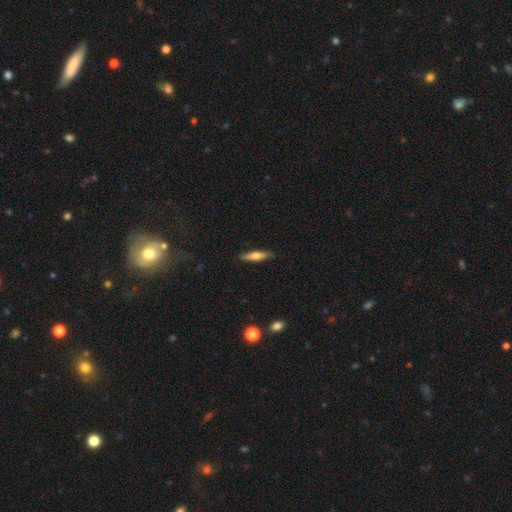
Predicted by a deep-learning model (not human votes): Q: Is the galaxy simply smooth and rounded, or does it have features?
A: smooth — 66%.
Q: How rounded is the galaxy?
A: cigar-shaped — 78%.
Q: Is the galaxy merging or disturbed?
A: none — 88%.